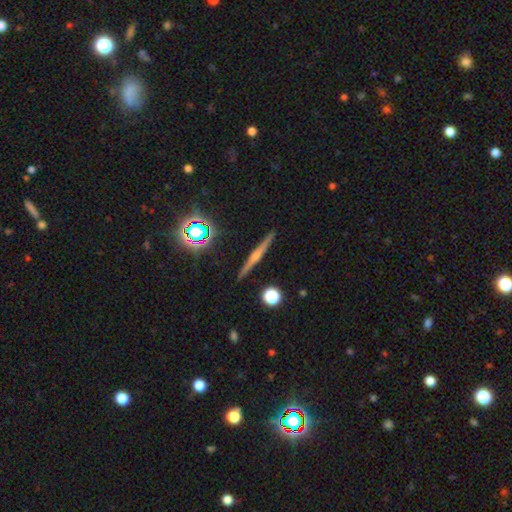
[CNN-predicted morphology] Smooth or featured?
  - featured or disk: 68% *
  - smooth: 20%
  - star or artifact: 12%
Edge-on disk?
  - yes: 98% *
  - no: 2%
Edge-on bulge?
  - rounded: 79% *
  - none: 12%
  - boxy: 9%
Merging?
  - none: 92% *
  - minor disturbance: 5%
  - major disturbance: 1%
  - merger: 1%